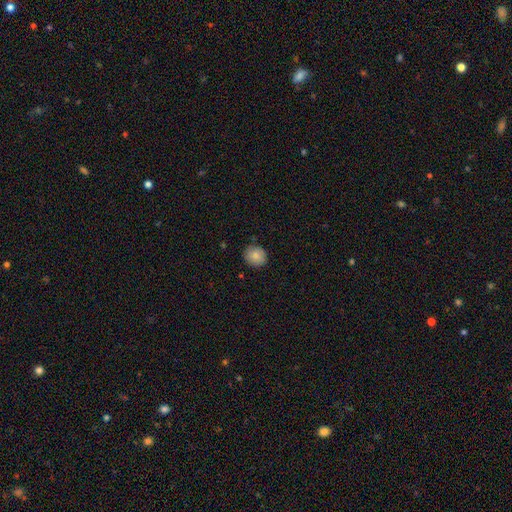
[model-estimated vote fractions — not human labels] Smooth or featured? Predicted: smooth (p=0.83). How rounded? Predicted: round (p=0.84). Merging? Predicted: none (p=0.87).